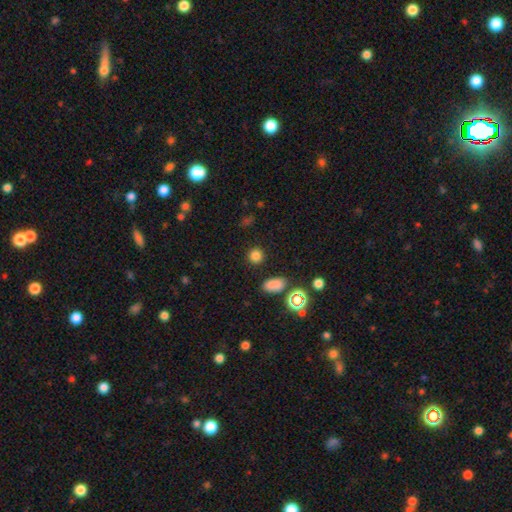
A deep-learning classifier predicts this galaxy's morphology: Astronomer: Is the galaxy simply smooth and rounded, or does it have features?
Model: smooth — 80%.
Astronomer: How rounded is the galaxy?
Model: round — 88%.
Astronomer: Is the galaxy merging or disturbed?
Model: none — 89%.